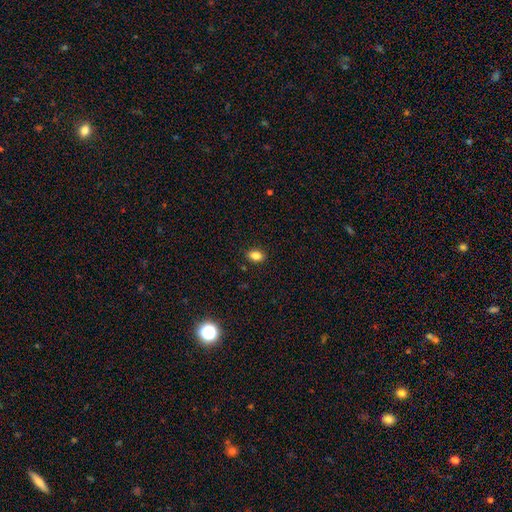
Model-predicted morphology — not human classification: smooth-or-featured: smooth: 84% | star or artifact: 11% | featured or disk: 5%
  how-rounded: in between: 82% | round: 16% | cigar-shaped: 2%
  merging: none: 88% | minor disturbance: 9% | major disturbance: 2% | merger: 1%